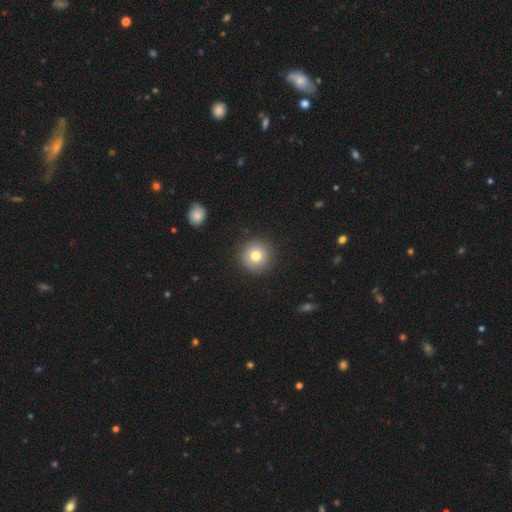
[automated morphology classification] smooth-or-featured: smooth: 77% | featured or disk: 12% | star or artifact: 11%
  how-rounded: round: 96% | in between: 3% | cigar-shaped: 1%
  merging: none: 92% | minor disturbance: 5% | major disturbance: 2% | merger: 1%